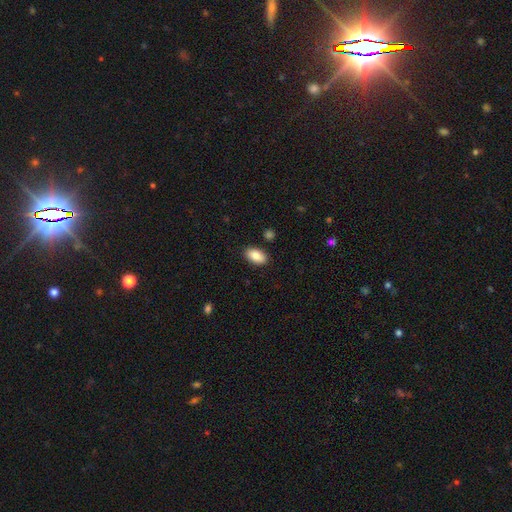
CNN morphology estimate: The model was most divided on "merging": none: 87%, minor disturbance: 9%, major disturbance: 2%, merger: 2%. More confident: how rounded — in between (93%); smooth or featured — smooth (87%).